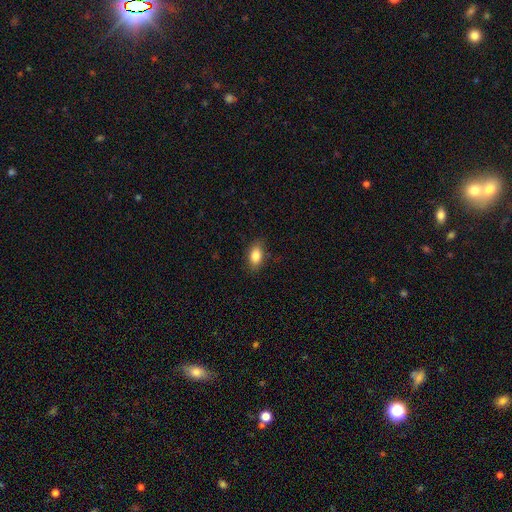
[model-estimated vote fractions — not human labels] smooth_or_featured: smooth (p=0.85) [alt: star or artifact p=0.08]
how_rounded: in between (p=0.87) [alt: round p=0.09]
merging: none (p=0.84) [alt: minor disturbance p=0.12]